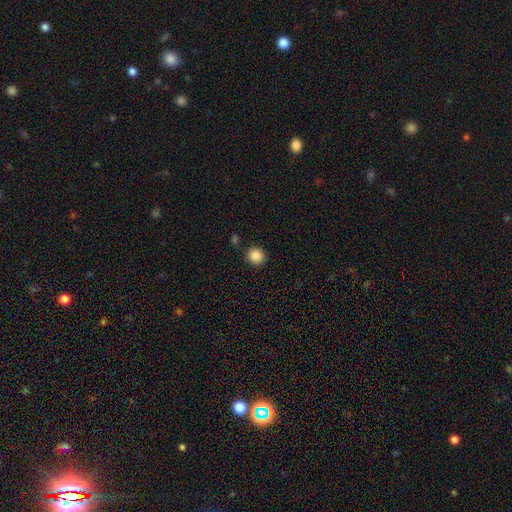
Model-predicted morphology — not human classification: Overall: smooth (87%). How rounded: round (87%). Merging: none (86%).